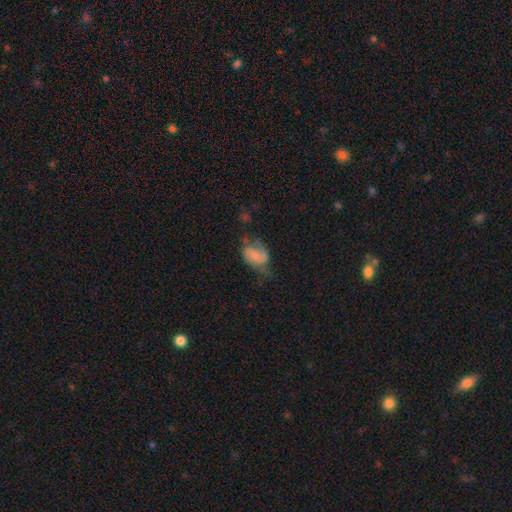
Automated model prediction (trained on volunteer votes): featured or disk 47%, smooth 44%, star or artifact 9%. Down the decision tree: merging — major disturbance (33%).